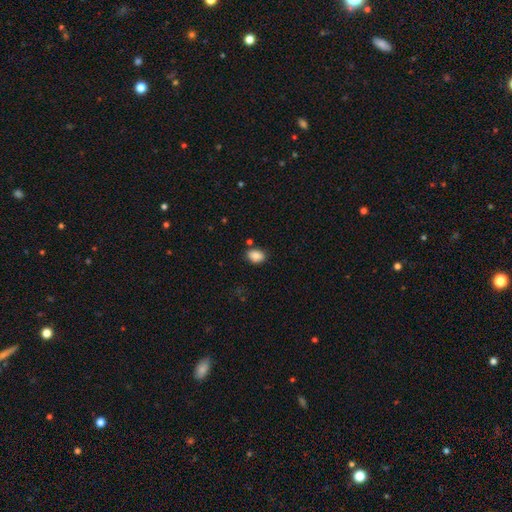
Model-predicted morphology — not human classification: The model was most divided on "how rounded": in between: 76%, round: 23%, cigar-shaped: 1%. More confident: smooth or featured — smooth (86%); merging — none (75%).